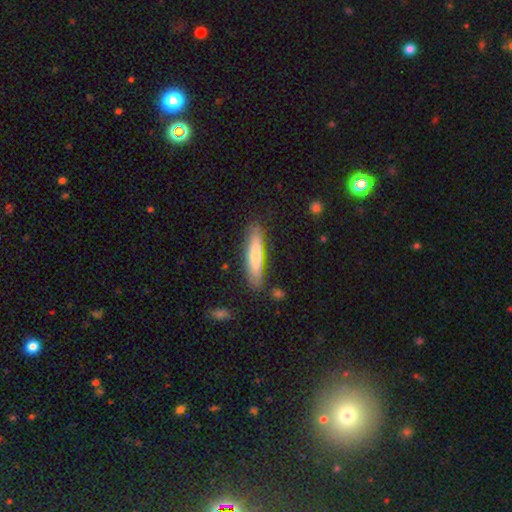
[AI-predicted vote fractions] Q: Smooth or featured?
A: smooth (72%); runner-up: featured or disk (22%)
Q: How rounded?
A: cigar-shaped (81%); runner-up: in between (18%)
Q: Merging?
A: none (83%); runner-up: minor disturbance (12%)